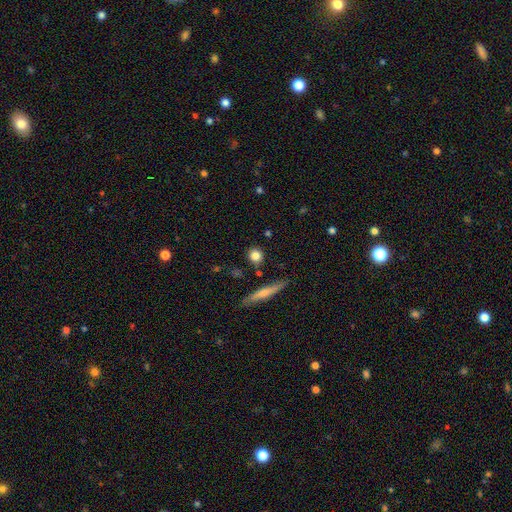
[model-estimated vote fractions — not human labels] This is likely a smooth galaxy (79%). How rounded: clearly round (81%). Merging: clearly none (83%).